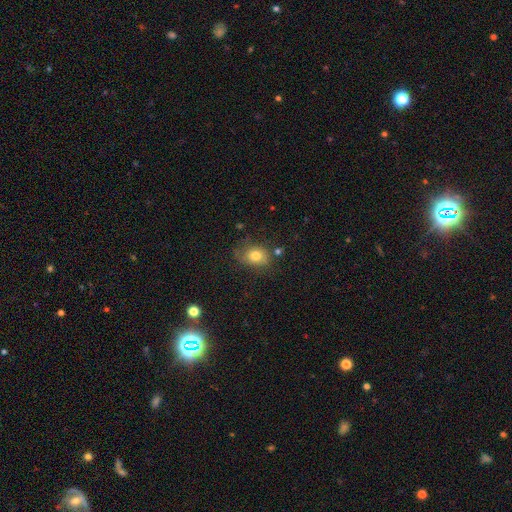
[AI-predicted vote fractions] Overall: smooth (75%). How rounded: in between (58%; round 41%). Merging: none (62%; minor disturbance 25%).